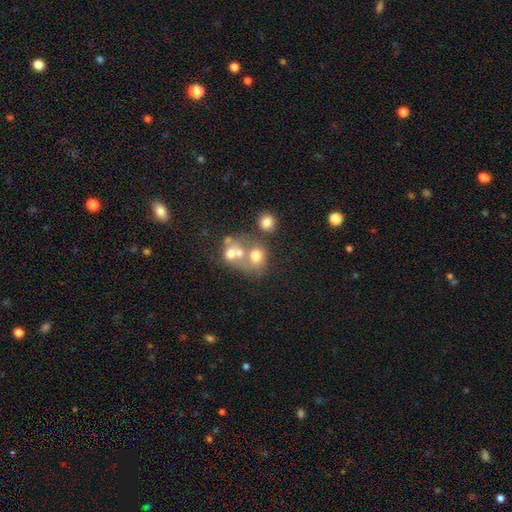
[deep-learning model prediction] Morphology: type=smooth (61%); roundness=round (70%); merging=merger (51%).